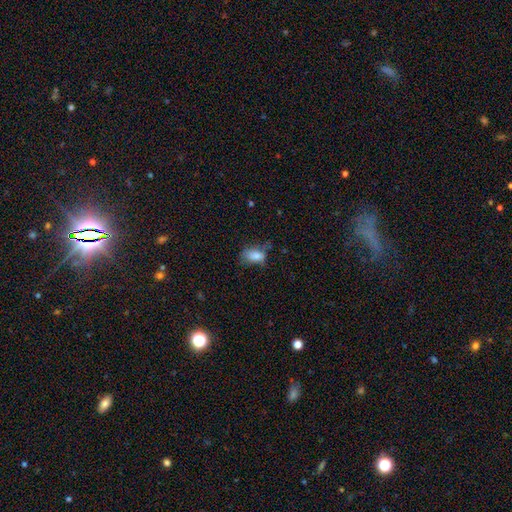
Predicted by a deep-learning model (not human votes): smooth-or-featured: smooth: 80% | featured or disk: 11% | star or artifact: 9%
  how-rounded: in between: 88% | round: 9% | cigar-shaped: 3%
  merging: none: 46% | minor disturbance: 33% | major disturbance: 17% | merger: 4%